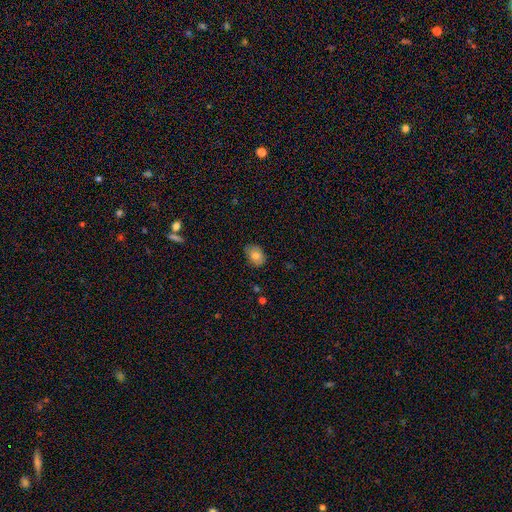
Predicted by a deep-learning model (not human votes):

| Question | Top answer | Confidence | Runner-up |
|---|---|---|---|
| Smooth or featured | smooth | 78% | featured or disk (13%) |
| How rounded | in between | 69% | round (29%) |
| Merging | none | 78% | minor disturbance (17%) |